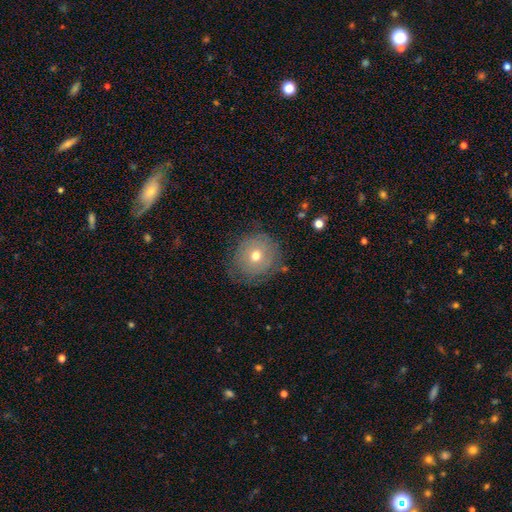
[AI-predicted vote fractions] A smooth galaxy with no disk features (62%) that is round (89%).

Vote fractions:
- Smooth or featured? smooth: 62% / featured or disk: 28% / star or artifact: 10%
- How rounded? round: 89% / in between: 10% / cigar-shaped: 1%
- Merging? none: 73% / minor disturbance: 18% / major disturbance: 7% / merger: 1%